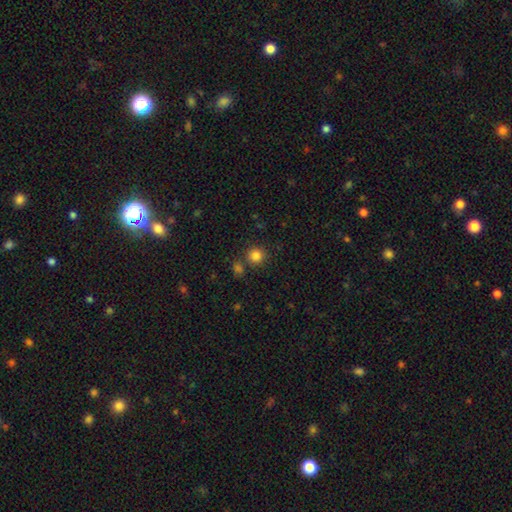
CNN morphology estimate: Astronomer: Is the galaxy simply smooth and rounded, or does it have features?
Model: smooth — 83%.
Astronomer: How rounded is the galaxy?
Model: round — 92%.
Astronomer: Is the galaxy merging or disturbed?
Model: none — 79%.